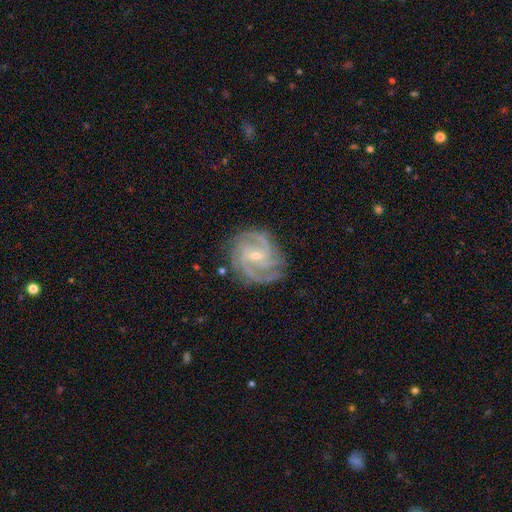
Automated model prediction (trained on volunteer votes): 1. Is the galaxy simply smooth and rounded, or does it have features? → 92% featured or disk, 5% star or artifact, 4% smooth.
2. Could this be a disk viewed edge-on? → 98% no, 2% yes.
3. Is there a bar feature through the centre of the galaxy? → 47% weak, 33% no, 20% strong.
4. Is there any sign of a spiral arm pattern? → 98% yes, 2% no.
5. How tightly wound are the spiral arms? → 54% tight, 41% medium, 5% loose.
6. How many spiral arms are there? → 44% 3, 21% 4, 16% 2, 9% can't tell, 5% more than 4, 5% 1.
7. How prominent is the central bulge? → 70% small, 28% moderate, 1% none, 1% large, 1% dominant.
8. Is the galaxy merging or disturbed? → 79% none, 15% minor disturbance, 4% major disturbance, 1% merger.